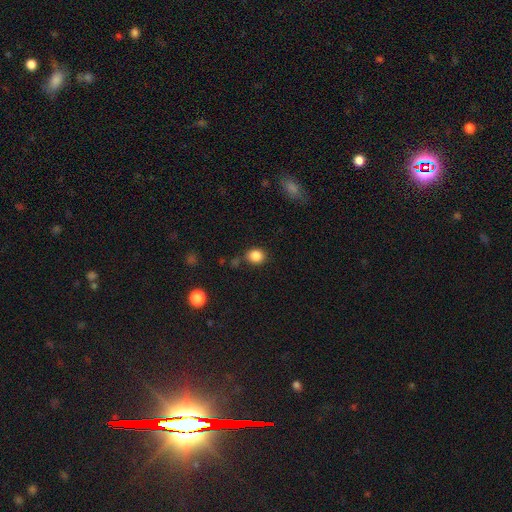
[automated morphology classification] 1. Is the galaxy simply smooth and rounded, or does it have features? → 86% smooth, 10% star or artifact, 4% featured or disk.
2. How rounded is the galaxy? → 71% round, 28% in between, 1% cigar-shaped.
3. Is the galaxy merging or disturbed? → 77% none, 14% minor disturbance, 5% merger, 4% major disturbance.